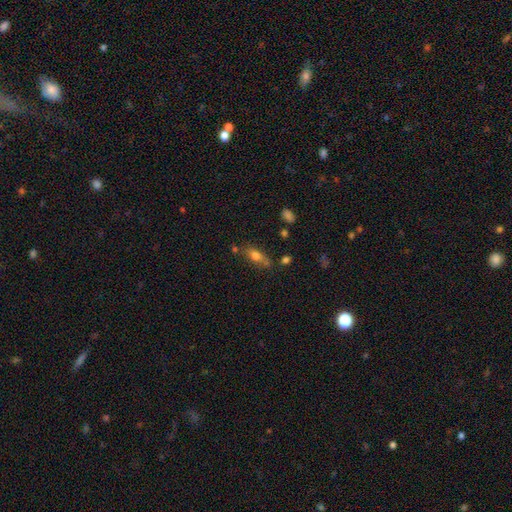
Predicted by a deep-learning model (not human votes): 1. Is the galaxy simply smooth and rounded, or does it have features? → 74% smooth, 17% featured or disk, 10% star or artifact.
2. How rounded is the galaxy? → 73% in between, 20% cigar-shaped, 6% round.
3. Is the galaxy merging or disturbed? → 59% none, 20% minor disturbance, 14% merger, 6% major disturbance.